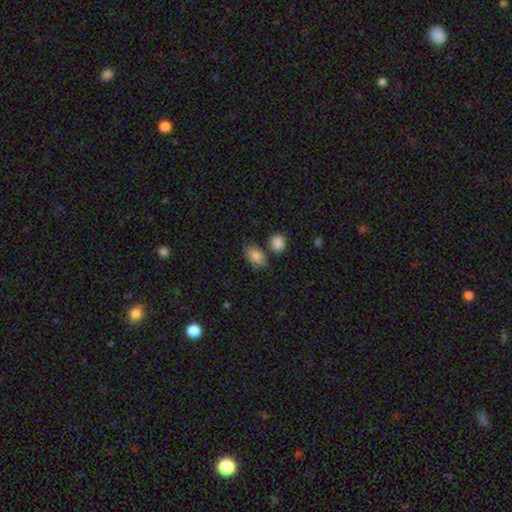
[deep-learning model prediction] A smooth galaxy with no disk features (84%) that is in between round and cigar-shaped (87%).

Vote fractions:
- Smooth or featured? smooth: 84% / star or artifact: 8% / featured or disk: 8%
- How rounded? in between: 87% / round: 11% / cigar-shaped: 2%
- Merging? none: 66% / minor disturbance: 18% / merger: 11% / major disturbance: 5%